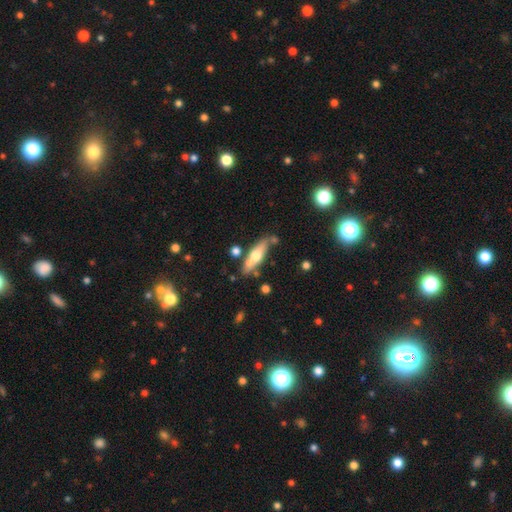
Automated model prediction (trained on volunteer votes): This appears to be a smooth galaxy with no disk features (49%). Merging: none (70%).